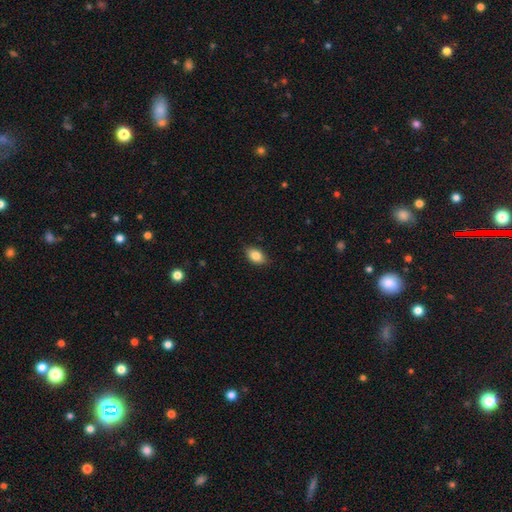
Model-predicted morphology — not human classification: Smooth or featured? smooth (85%)
How rounded? in between (88%)
Merging? none (86%)